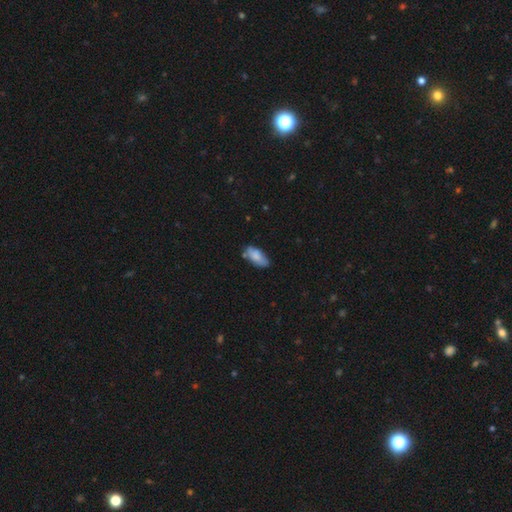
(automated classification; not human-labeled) smooth 77%, featured or disk 17%, star or artifact 7%. Down the decision tree: how rounded — in between (88%); merging — none (65%).